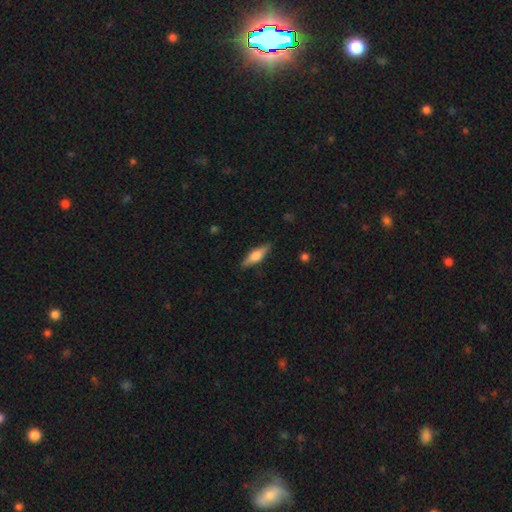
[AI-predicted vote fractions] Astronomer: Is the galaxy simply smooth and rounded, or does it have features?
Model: smooth — 50% (runner-up: featured or disk, 44%).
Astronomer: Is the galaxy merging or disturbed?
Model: none — 87%.